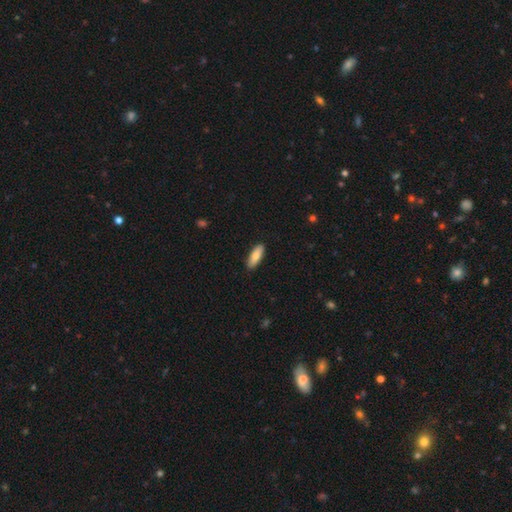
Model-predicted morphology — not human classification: Q: Smooth or featured?
A: smooth (83%); runner-up: featured or disk (12%)
Q: How rounded?
A: in between (63%); runner-up: cigar-shaped (35%)
Q: Merging?
A: none (89%); runner-up: minor disturbance (8%)